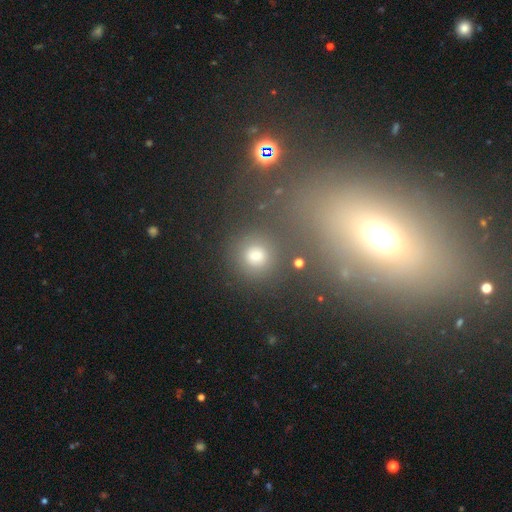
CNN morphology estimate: The model was most divided on "smooth or featured": smooth: 62%, star or artifact: 27%, featured or disk: 11%. More confident: how rounded — round (86%); merging — none (79%).